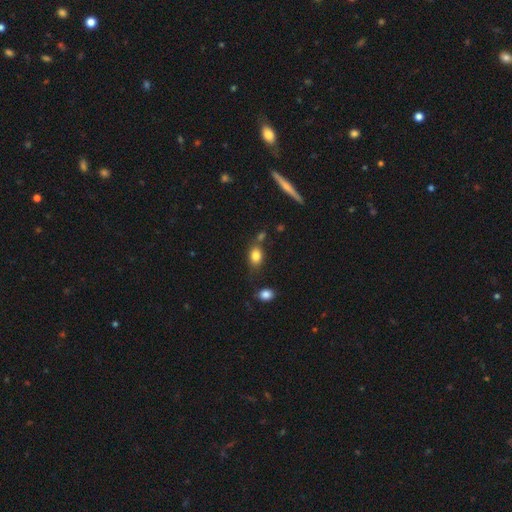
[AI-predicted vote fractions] smooth 81%, star or artifact 10%, featured or disk 9%. Down the decision tree: how rounded — in between (74%); merging — none (64%).